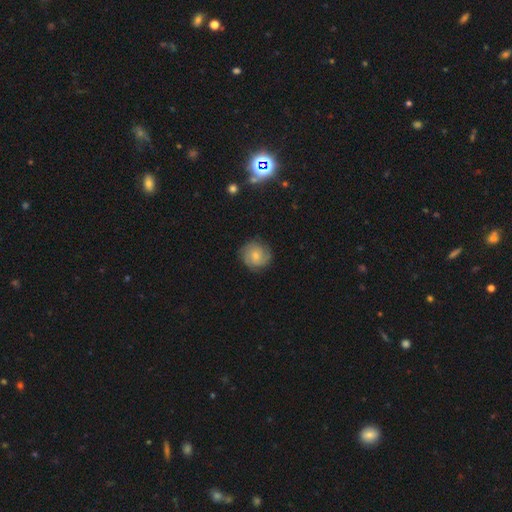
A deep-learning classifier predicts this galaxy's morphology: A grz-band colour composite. It shows a featured or disk galaxy (58%) with no bar (71%), 2 (42%) tight (61%) spiral arms (90%) and a small central bulge (64%). Merging: none (80%).